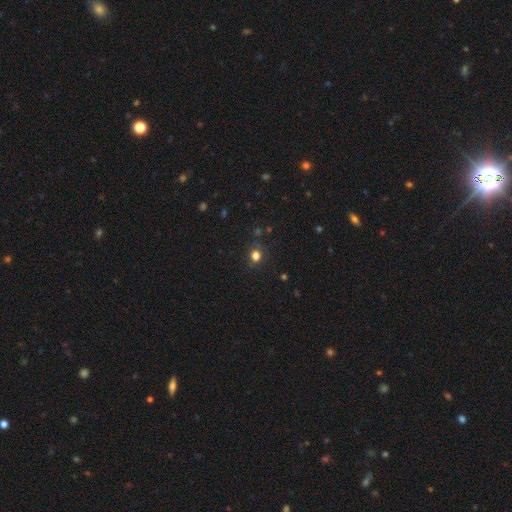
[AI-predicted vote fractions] smooth 77%, star or artifact 18%, featured or disk 5%. Down the decision tree: how rounded — round (77%); merging — none (83%).